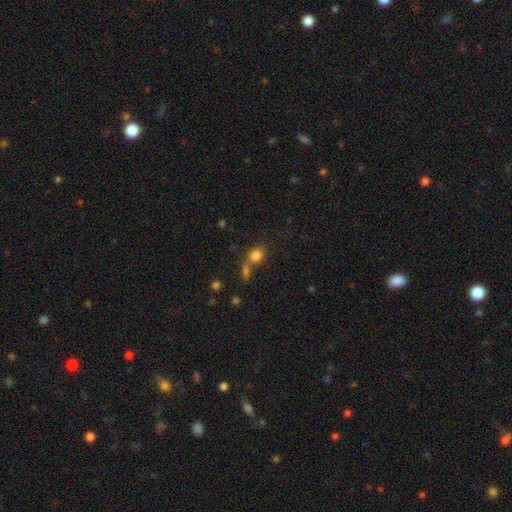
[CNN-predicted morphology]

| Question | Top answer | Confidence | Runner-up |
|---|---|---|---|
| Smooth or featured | smooth | 80% | star or artifact (12%) |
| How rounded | round | 63% | in between (36%) |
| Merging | none | 47% | merger (36%) |